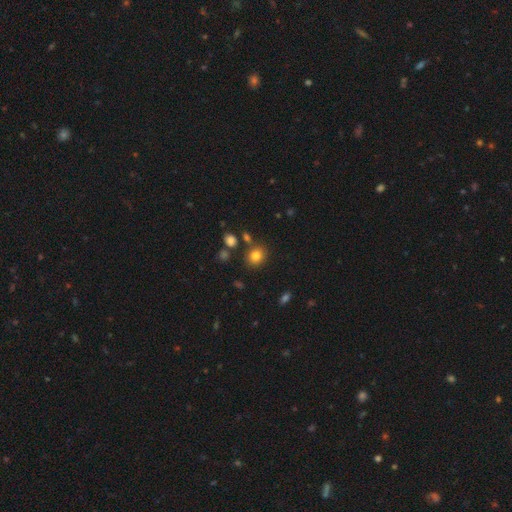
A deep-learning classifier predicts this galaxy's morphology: This appears to be a smooth galaxy with no disk features (80%) that is round (73%). Merging: none (80%).